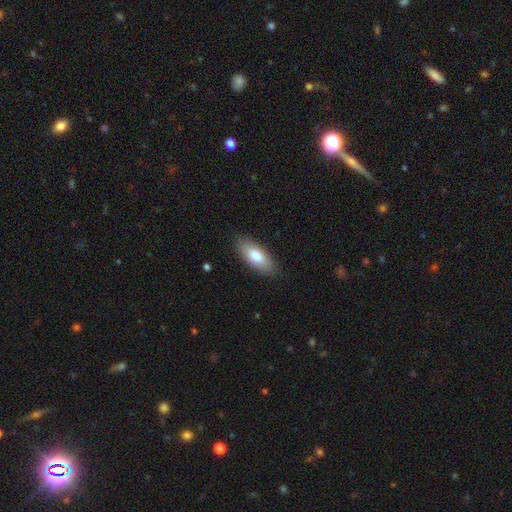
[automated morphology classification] type=smooth (81%); roundness=in between (79%); merging=none (87%).